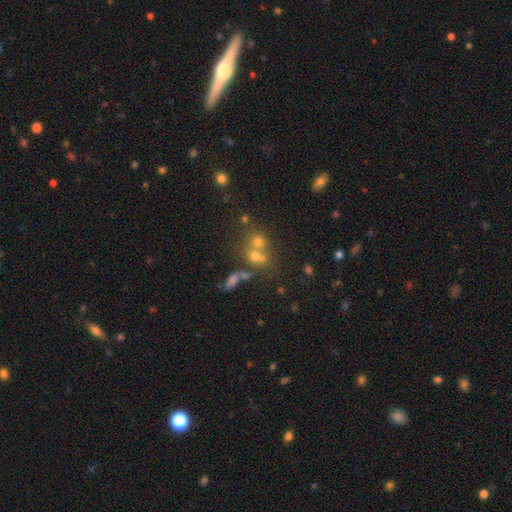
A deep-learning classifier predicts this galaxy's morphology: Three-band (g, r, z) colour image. It shows a smooth galaxy with no disk features (53%) that is round (71%). Merging: merger (49%).